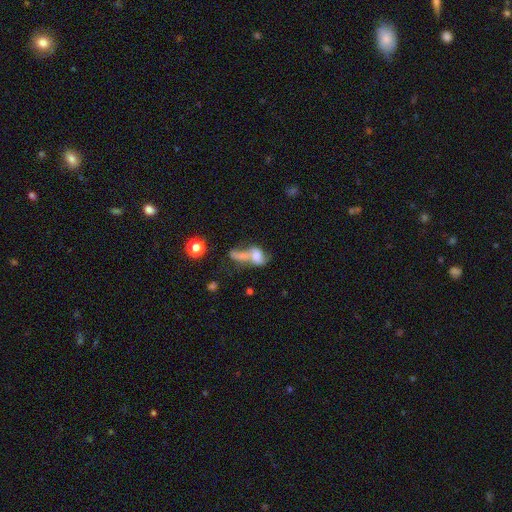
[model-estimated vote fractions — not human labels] Smooth or featured: smooth — 59% (featured or disk — 29%)
How rounded: in between — 73% (round — 21%)
Merging: merger — 65% (major disturbance — 14%)